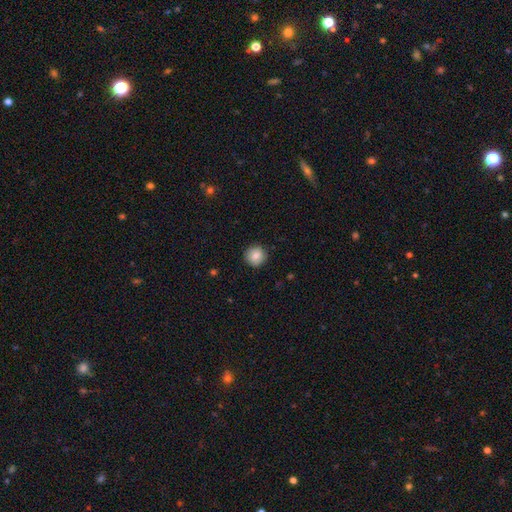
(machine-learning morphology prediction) smooth_or_featured: smooth (p=0.85) [alt: star or artifact p=0.08]
how_rounded: round (p=0.94) [alt: in between p=0.05]
merging: none (p=0.90) [alt: minor disturbance p=0.07]